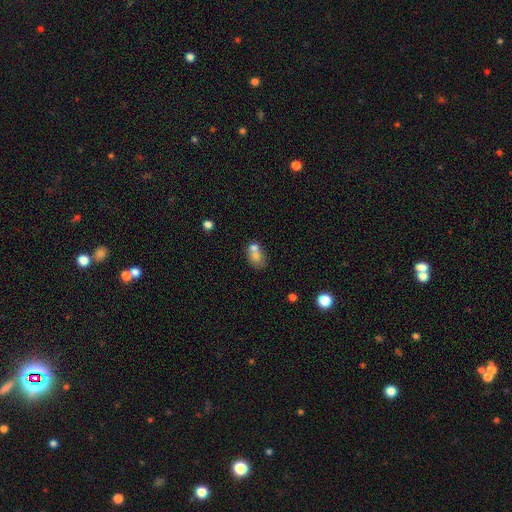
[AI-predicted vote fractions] This appears to be a smooth galaxy with no disk features (69%) that is in between round and cigar-shaped (66%). Merging: merger (53%).